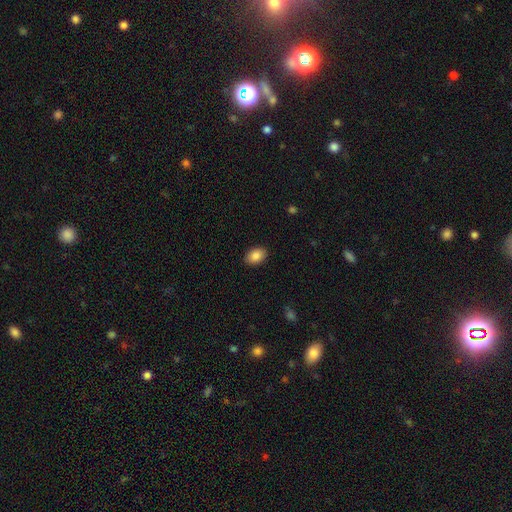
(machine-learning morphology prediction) A smooth galaxy with no disk features (88%) that is in between round and cigar-shaped (87%). Merging: none (89%).